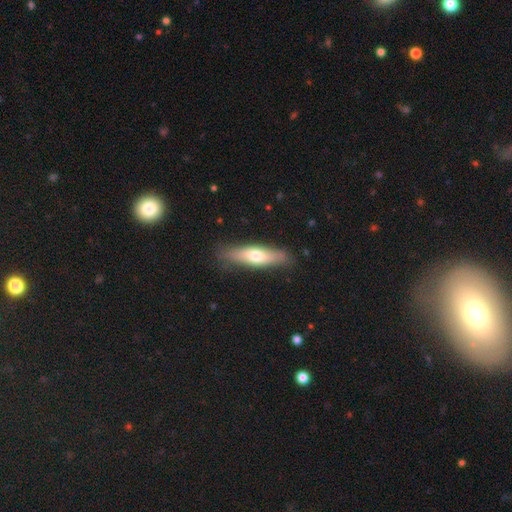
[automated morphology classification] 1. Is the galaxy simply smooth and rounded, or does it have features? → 59% smooth, 36% featured or disk, 5% star or artifact.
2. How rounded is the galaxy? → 66% cigar-shaped, 32% in between, 2% round.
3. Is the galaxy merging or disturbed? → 82% none, 14% minor disturbance, 3% major disturbance, 1% merger.